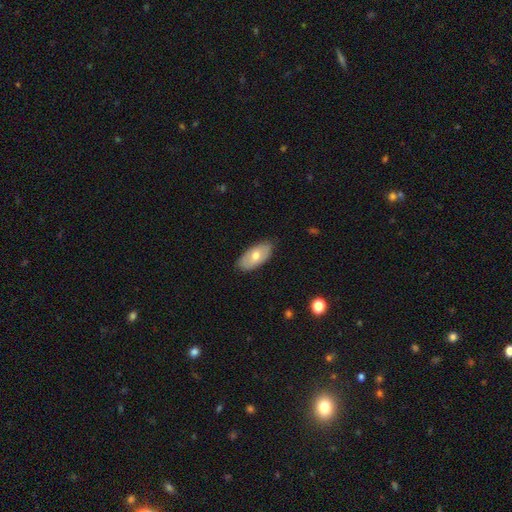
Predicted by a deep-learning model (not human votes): Q: Smooth or featured?
A: smooth (60%); runner-up: featured or disk (33%)
Q: How rounded?
A: in between (93%); runner-up: cigar-shaped (5%)
Q: Merging?
A: none (84%); runner-up: minor disturbance (13%)